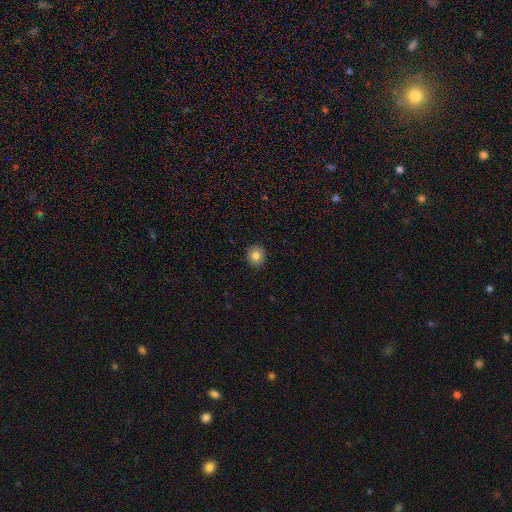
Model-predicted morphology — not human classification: Smooth or featured: smooth — 82% (star or artifact — 10%)
How rounded: round — 89% (in between — 10%)
Merging: none — 92% (minor disturbance — 5%)